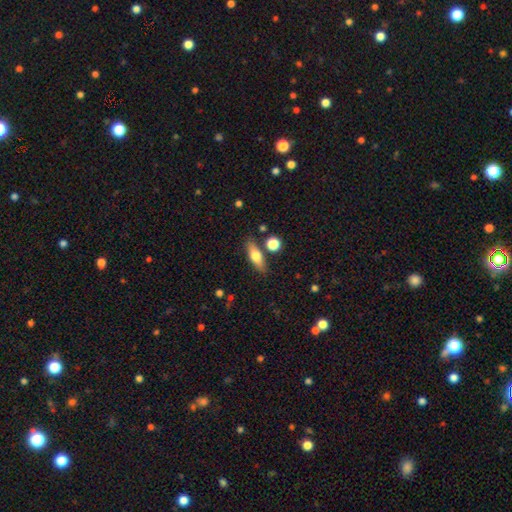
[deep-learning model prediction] Smooth or featured? smooth (63%)
How rounded? in between (53%)
Merging? none (79%)